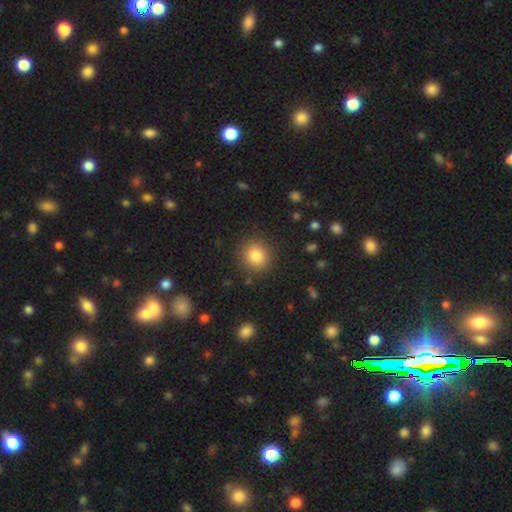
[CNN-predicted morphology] type=smooth (83%); roundness=round (89%); merging=none (89%).